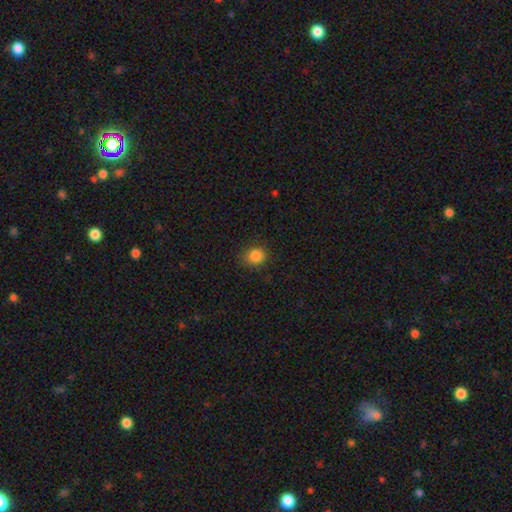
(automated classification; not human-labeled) Smooth or featured? smooth (85%)
How rounded? round (75%)
Merging? none (80%)